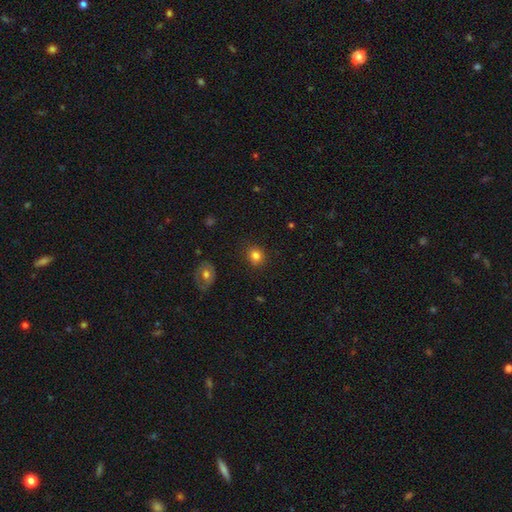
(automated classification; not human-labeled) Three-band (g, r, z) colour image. It shows a smooth galaxy with no disk features (81%) that is round (79%). Merging: none (88%).